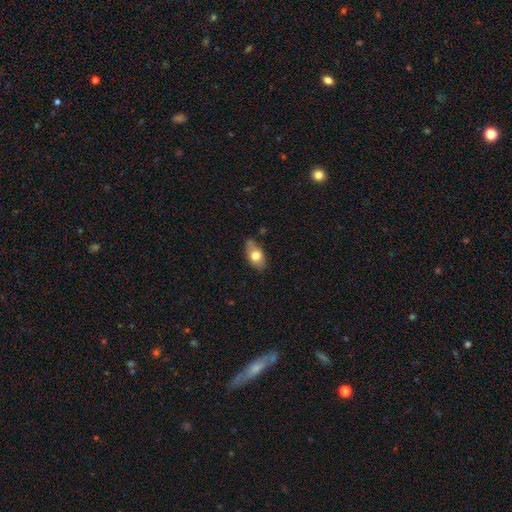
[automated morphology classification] This is likely a smooth galaxy (70%). How rounded: clearly in between (86%). Merging: likely none (69%).